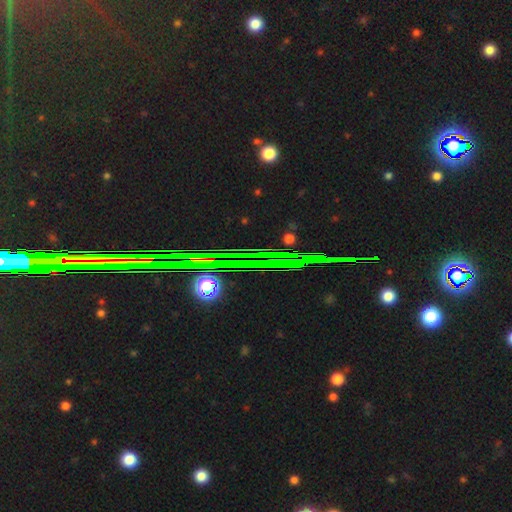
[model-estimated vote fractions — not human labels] Morphology: type=star or artifact (82%).